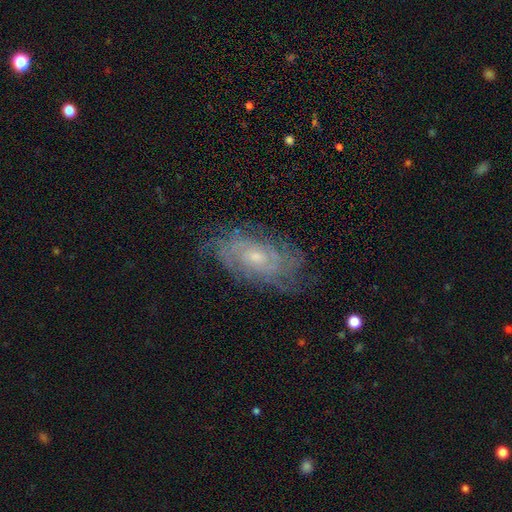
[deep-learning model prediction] Q: Smooth or featured?
A: featured or disk (78%); runner-up: smooth (13%)
Q: Edge-on disk?
A: no (94%); runner-up: yes (6%)
Q: Bar?
A: no (69%); runner-up: weak (26%)
Q: Spiral arms?
A: yes (93%); runner-up: no (7%)
Q: Spiral winding?
A: tight (68%); runner-up: medium (25%)
Q: Spiral arm count?
A: can't tell (50%); runner-up: 2 (13%)
Q: Bulge size?
A: small (61%); runner-up: moderate (34%)
Q: Merging?
A: none (77%); runner-up: minor disturbance (16%)